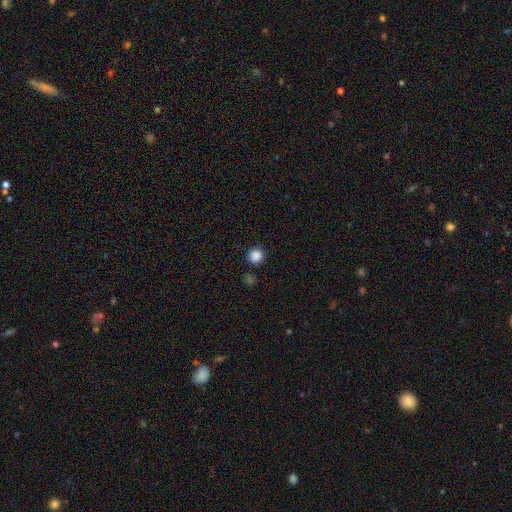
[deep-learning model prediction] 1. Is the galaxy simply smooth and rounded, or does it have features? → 86% smooth, 11% star or artifact, 3% featured or disk.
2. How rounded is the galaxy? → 95% round, 4% in between, 1% cigar-shaped.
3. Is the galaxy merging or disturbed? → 88% none, 6% minor disturbance, 3% merger, 2% major disturbance.